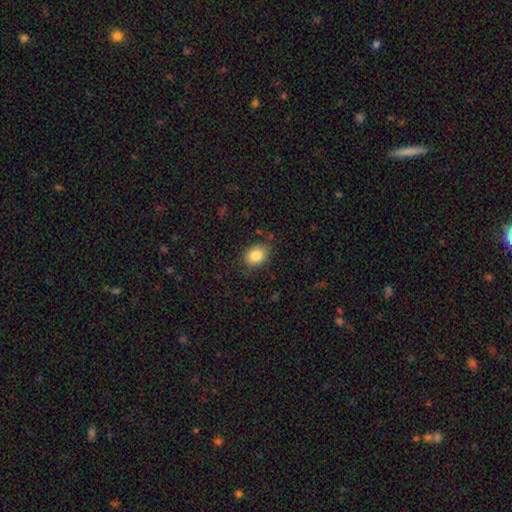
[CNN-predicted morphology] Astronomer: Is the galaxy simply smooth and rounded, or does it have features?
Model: smooth — 83%.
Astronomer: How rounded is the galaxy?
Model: in between — 60% (runner-up: round, 40%).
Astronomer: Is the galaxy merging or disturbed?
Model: none — 82%.